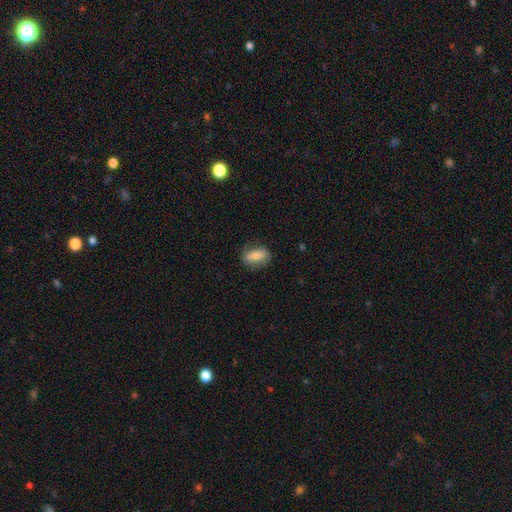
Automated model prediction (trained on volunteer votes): A smooth galaxy with no disk features (79%) that is in between round and cigar-shaped (85%). Merging: none (75%).